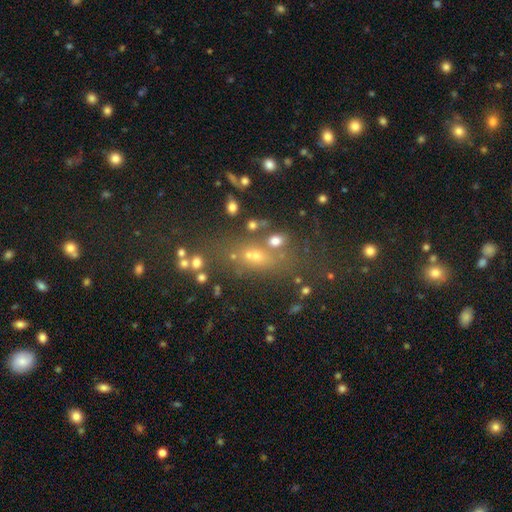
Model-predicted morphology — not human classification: type=smooth (45%); merging=none (50%).